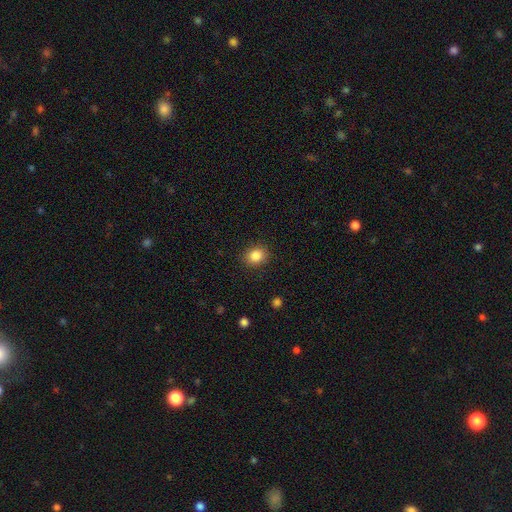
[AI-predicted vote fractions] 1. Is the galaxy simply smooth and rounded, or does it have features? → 85% smooth, 10% star or artifact, 5% featured or disk.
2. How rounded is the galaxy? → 63% round, 36% in between, 1% cigar-shaped.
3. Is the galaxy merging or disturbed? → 88% none, 8% minor disturbance, 3% major disturbance, 1% merger.